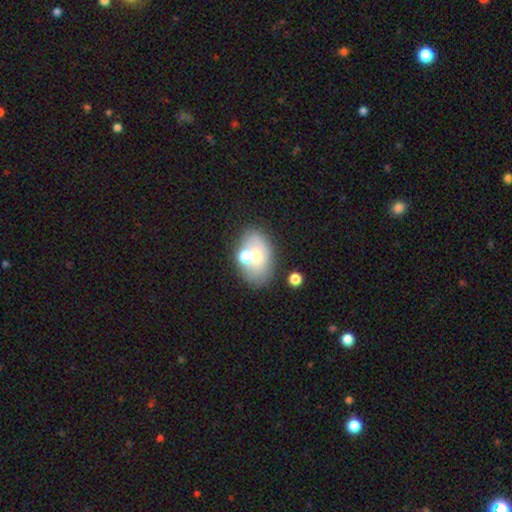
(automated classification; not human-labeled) Smooth or featured? Predicted: smooth (p=0.58). How rounded? Predicted: in between (p=0.82). Merging? Predicted: none (p=0.63).